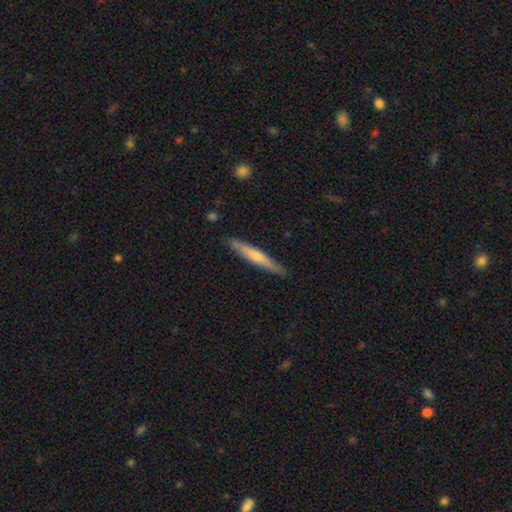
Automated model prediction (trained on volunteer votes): This is possibly a smooth galaxy (55%). How rounded: clearly cigar-shaped (95%). Merging: clearly none (88%).